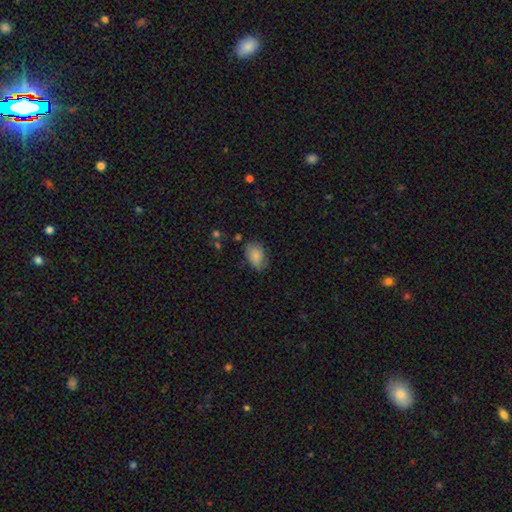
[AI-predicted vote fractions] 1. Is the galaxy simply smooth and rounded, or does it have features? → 85% smooth, 7% featured or disk, 7% star or artifact.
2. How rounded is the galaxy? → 87% in between, 11% round, 1% cigar-shaped.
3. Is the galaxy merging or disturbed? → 70% none, 24% minor disturbance, 5% major disturbance, 2% merger.